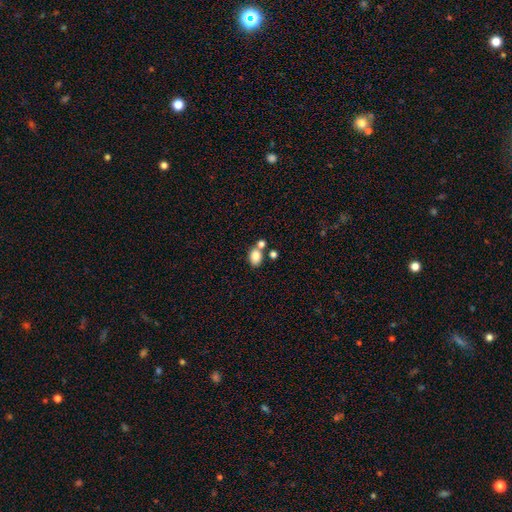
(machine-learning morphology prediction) smooth_or_featured: smooth (p=0.81) [alt: star or artifact p=0.10]
how_rounded: in between (p=0.69) [alt: round p=0.30]
merging: none (p=0.54) [alt: merger p=0.31]